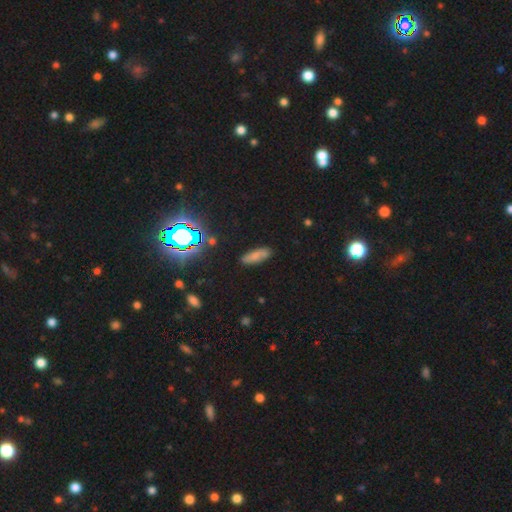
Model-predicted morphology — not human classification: This appears to be a smooth galaxy with no disk features (63%) that is in between round and cigar-shaped (60%). Merging: none (79%).